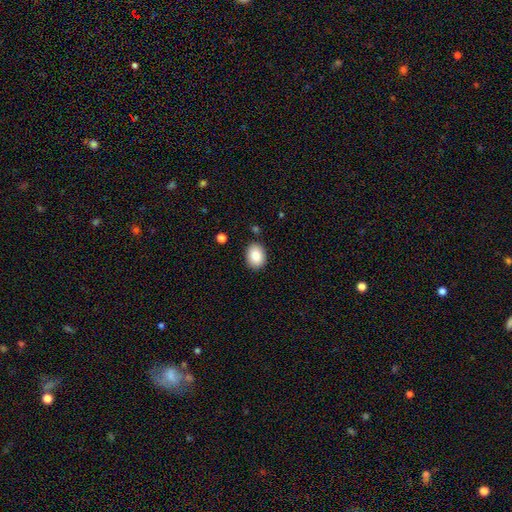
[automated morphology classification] Smooth or featured: smooth — 85% (featured or disk — 7%)
How rounded: in between — 66% (round — 33%)
Merging: none — 87% (minor disturbance — 9%)